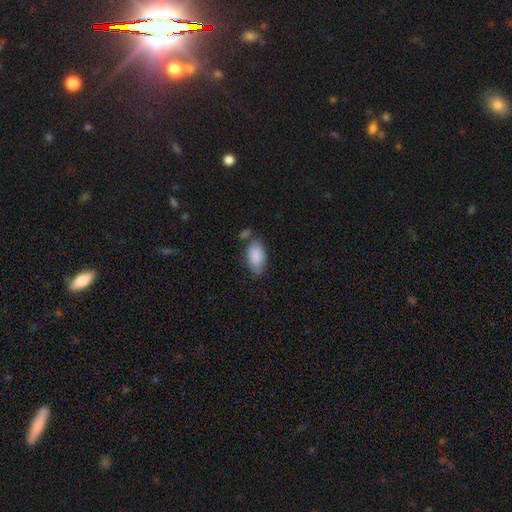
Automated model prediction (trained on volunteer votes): The model was most divided on "merging": none: 59%, minor disturbance: 24%, merger: 11%, major disturbance: 6%. More confident: how rounded — in between (93%); smooth or featured — smooth (87%).